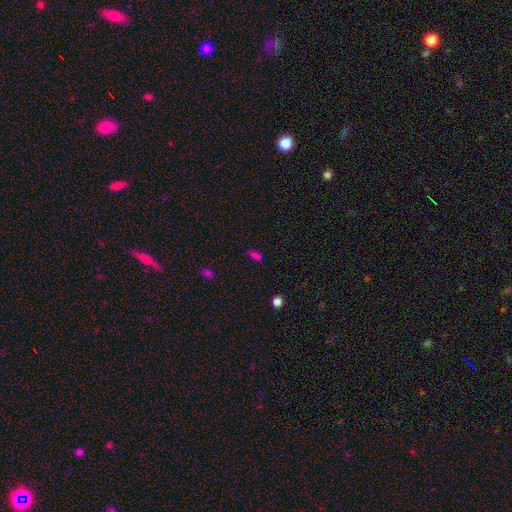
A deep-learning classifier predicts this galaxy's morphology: Q: Smooth or featured?
A: smooth (70%); runner-up: star or artifact (24%)
Q: How rounded?
A: in between (81%); runner-up: cigar-shaped (11%)
Q: Merging?
A: none (78%); runner-up: minor disturbance (14%)